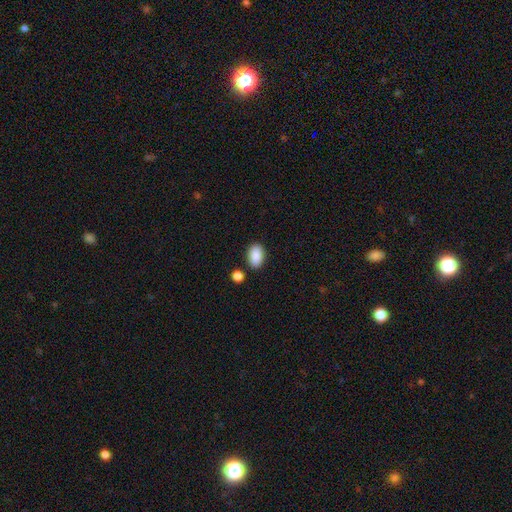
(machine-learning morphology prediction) Smooth or featured? Predicted: smooth (p=0.90). How rounded? Predicted: in between (p=0.91). Merging? Predicted: none (p=0.84).